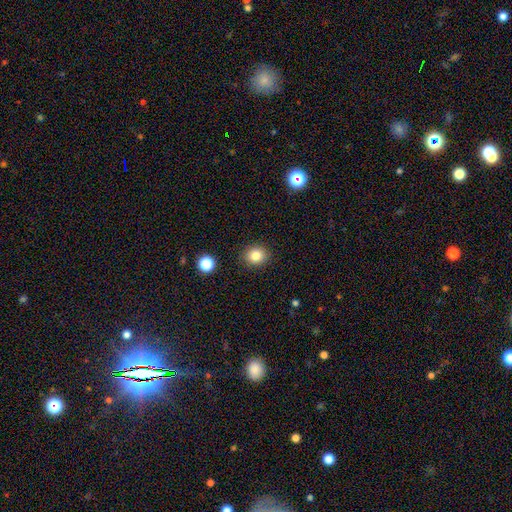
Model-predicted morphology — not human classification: A smooth galaxy with no disk features (82%) that is round (76%). Merging: none (89%).